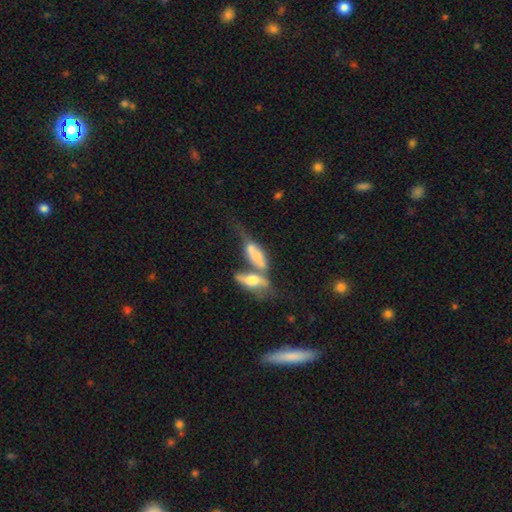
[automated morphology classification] type=smooth (48%); merging=merger (64%).